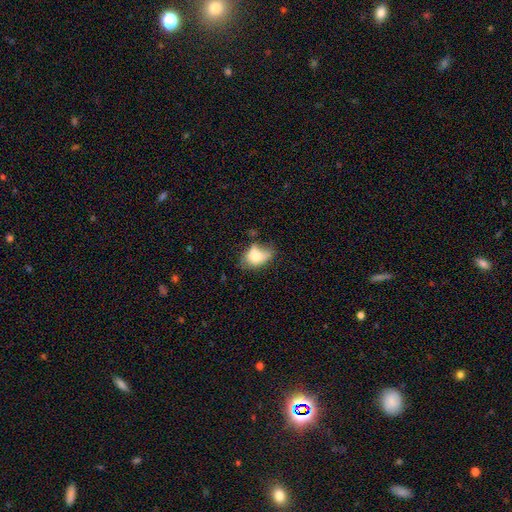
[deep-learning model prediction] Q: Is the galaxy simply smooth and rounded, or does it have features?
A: smooth — 69%.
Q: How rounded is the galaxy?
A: in between — 81%.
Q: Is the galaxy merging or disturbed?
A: none — 35%.